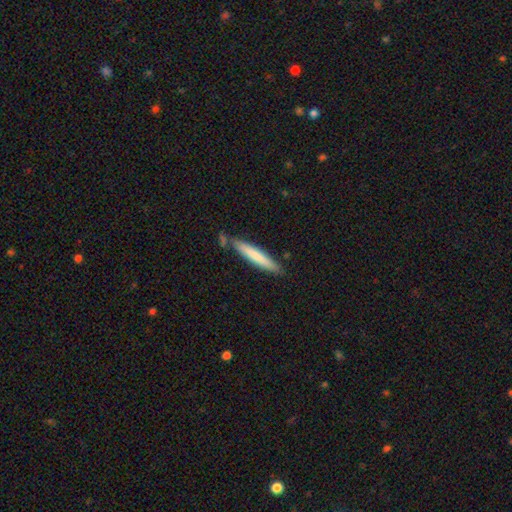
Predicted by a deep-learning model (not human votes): Smooth or featured? smooth (73%)
How rounded? cigar-shaped (94%)
Merging? none (78%)